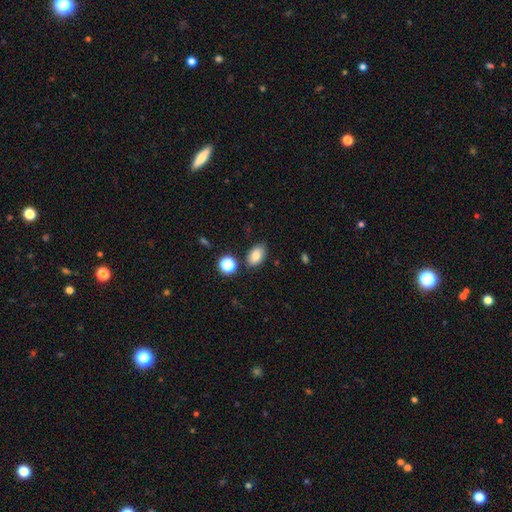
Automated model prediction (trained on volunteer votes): This appears to be a smooth galaxy with no disk features (81%) that is in between round and cigar-shaped (88%). Merging: none (78%).